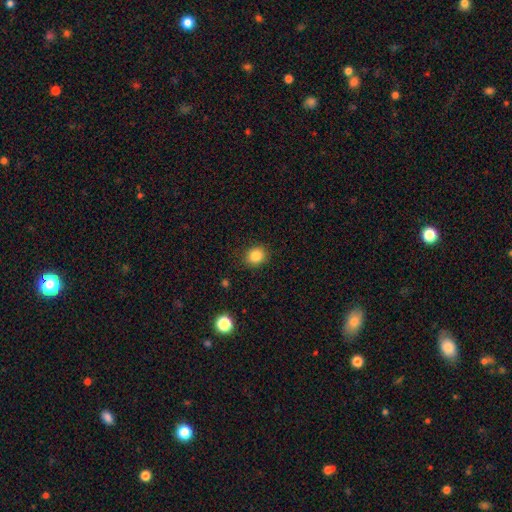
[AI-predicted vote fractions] Morphology: type=smooth (85%); roundness=round (73%); merging=none (87%).